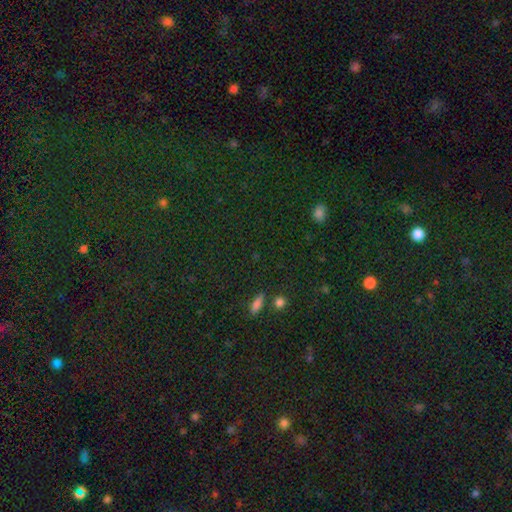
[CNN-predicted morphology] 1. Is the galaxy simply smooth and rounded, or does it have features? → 74% star or artifact, 18% smooth, 8% featured or disk.